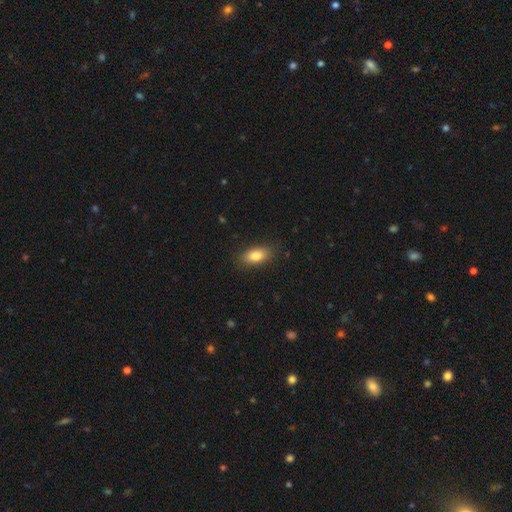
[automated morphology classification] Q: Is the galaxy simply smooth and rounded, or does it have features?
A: smooth — 85%.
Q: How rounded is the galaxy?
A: in between — 86%.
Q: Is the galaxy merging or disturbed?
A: none — 84%.